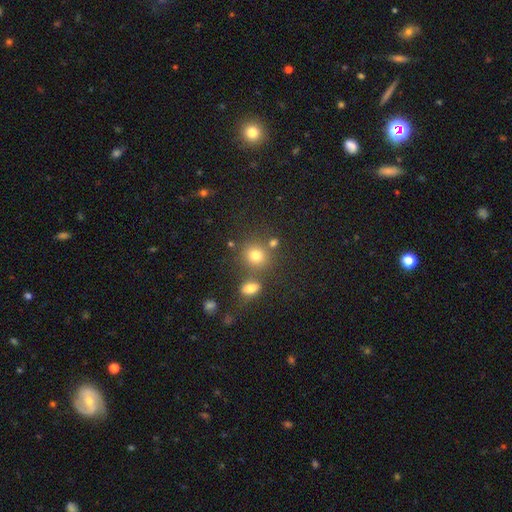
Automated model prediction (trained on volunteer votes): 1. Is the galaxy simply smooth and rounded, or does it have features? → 75% smooth, 16% star or artifact, 9% featured or disk.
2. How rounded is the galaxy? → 81% round, 18% in between, 1% cigar-shaped.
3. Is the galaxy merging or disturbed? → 67% none, 18% merger, 10% minor disturbance, 4% major disturbance.